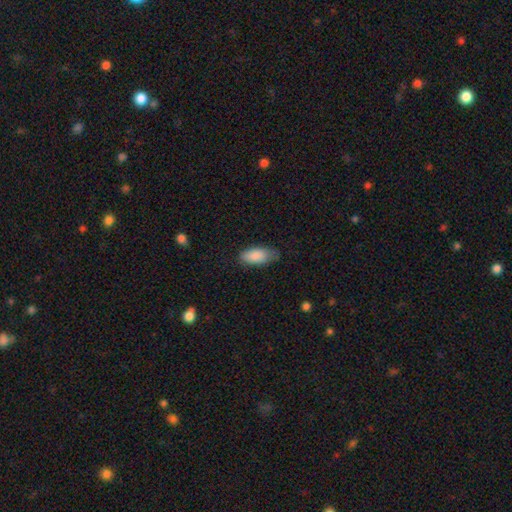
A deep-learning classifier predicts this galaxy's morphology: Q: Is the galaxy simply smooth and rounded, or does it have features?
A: smooth — 88%.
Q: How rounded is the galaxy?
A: in between — 87%.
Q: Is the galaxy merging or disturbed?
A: none — 68%.